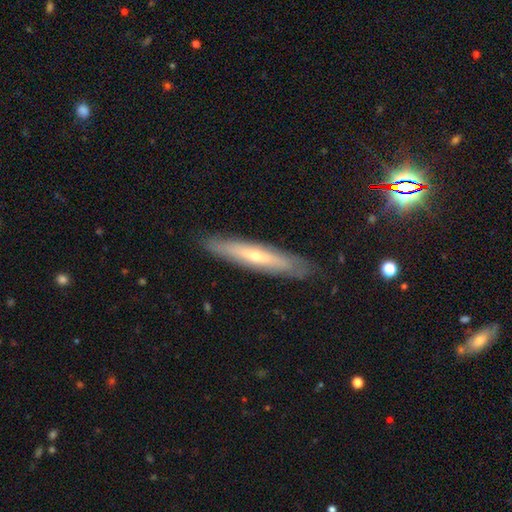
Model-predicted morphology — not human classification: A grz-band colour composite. It shows a featured or disk galaxy (55%) viewed edge-on (75%). Merging: none (86%).